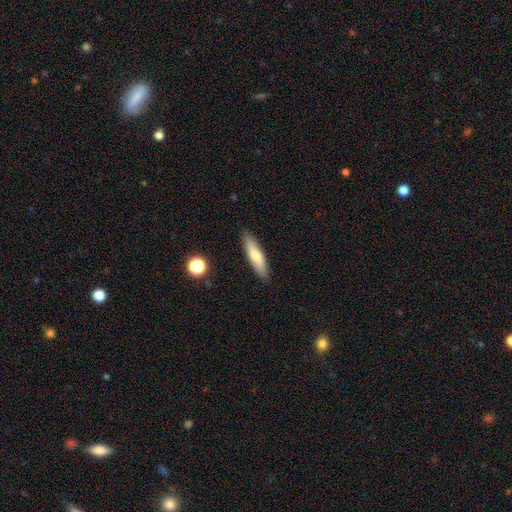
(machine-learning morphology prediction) The model was most divided on "how rounded": cigar-shaped: 73%, in between: 26%, round: 2%. More confident: merging — none (88%); smooth or featured — smooth (72%).